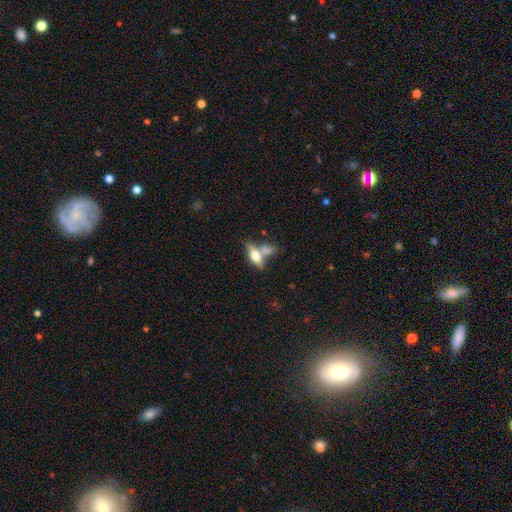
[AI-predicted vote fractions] smooth_or_featured: smooth (p=0.58) [alt: featured or disk p=0.34]
how_rounded: in between (p=0.70) [alt: cigar-shaped p=0.25]
merging: none (p=0.41) [alt: merger p=0.40]